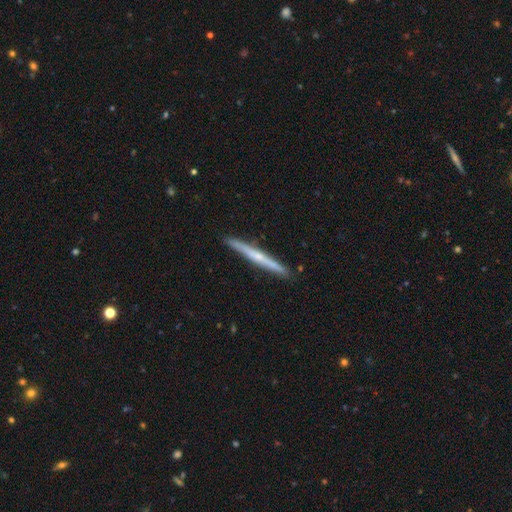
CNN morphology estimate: Smooth or featured: featured or disk — 63% (smooth — 31%)
Edge-on disk: yes — 97% (no — 3%)
Edge-on bulge: rounded — 53% (none — 42%)
Merging: none — 91% (minor disturbance — 6%)